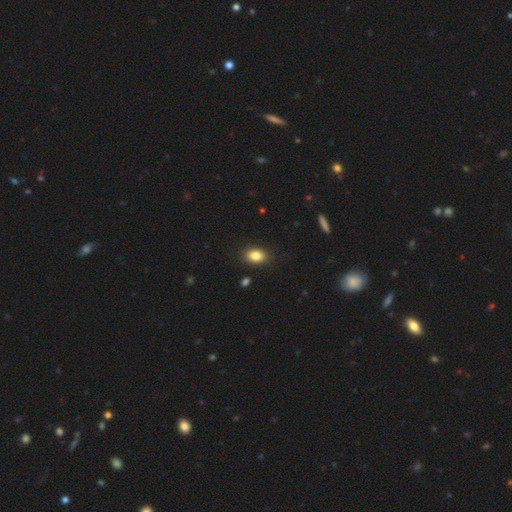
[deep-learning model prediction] Smooth or featured? smooth (85%)
How rounded? in between (82%)
Merging? none (87%)